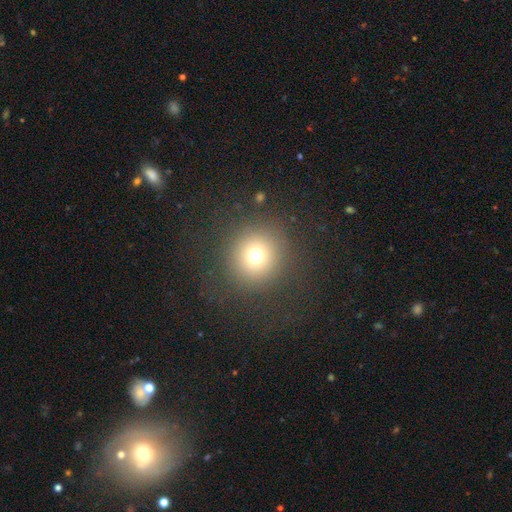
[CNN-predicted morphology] Smooth or featured? Predicted: smooth (p=0.71). How rounded? Predicted: round (p=0.94). Merging? Predicted: none (p=0.86).